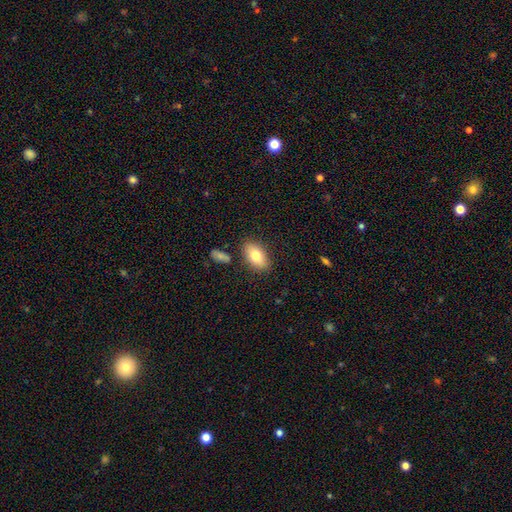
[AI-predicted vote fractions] A smooth galaxy with no disk features (80%) that is in between round and cigar-shaped (91%).

Vote fractions:
- Smooth or featured? smooth: 80% / featured or disk: 13% / star or artifact: 7%
- How rounded? in between: 91% / round: 6% / cigar-shaped: 3%
- Merging? none: 83% / minor disturbance: 11% / merger: 3% / major disturbance: 3%